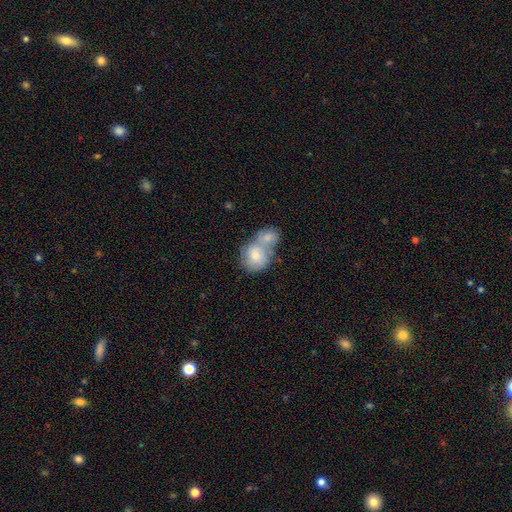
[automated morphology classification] A smooth galaxy with no disk features (64%) that is round (67%).

Vote fractions:
- Smooth or featured? smooth: 64% / featured or disk: 26% / star or artifact: 9%
- How rounded? round: 67% / in between: 31% / cigar-shaped: 1%
- Merging? merger: 69% / none: 21% / minor disturbance: 7% / major disturbance: 3%